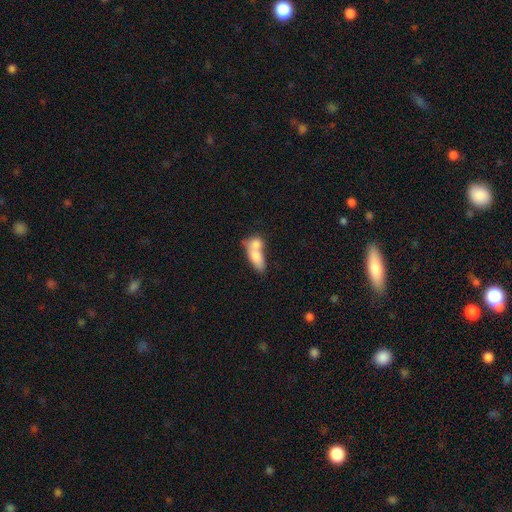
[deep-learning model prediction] Smooth or featured?
  - smooth: 73% *
  - featured or disk: 20%
  - star or artifact: 7%
How rounded?
  - in between: 73% *
  - cigar-shaped: 18%
  - round: 9%
Merging?
  - merger: 67% *
  - none: 20%
  - minor disturbance: 8%
  - major disturbance: 5%